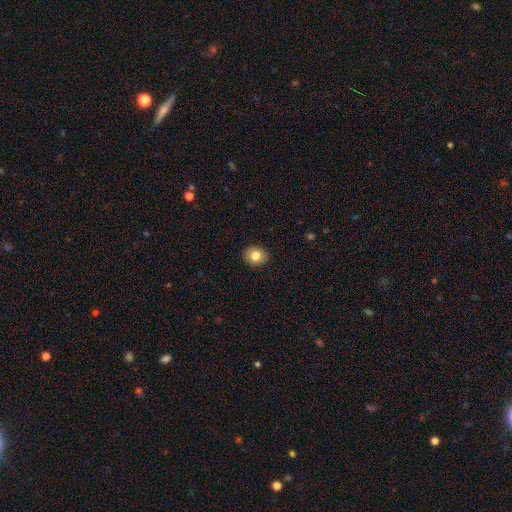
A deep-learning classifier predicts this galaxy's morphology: Q: Smooth or featured?
A: smooth (82%); runner-up: star or artifact (9%)
Q: How rounded?
A: round (69%); runner-up: in between (30%)
Q: Merging?
A: none (91%); runner-up: minor disturbance (6%)